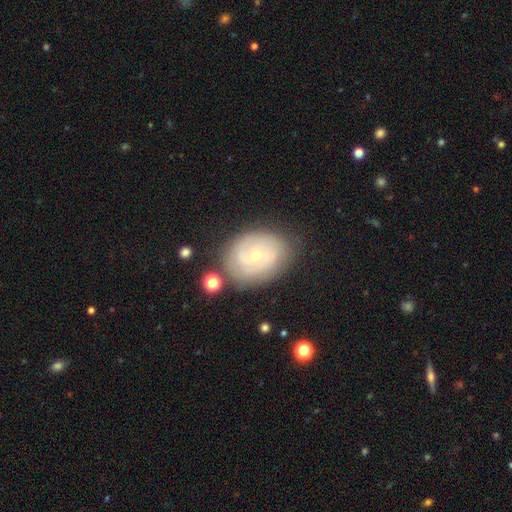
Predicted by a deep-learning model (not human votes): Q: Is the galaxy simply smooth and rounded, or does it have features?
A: featured or disk — 68%.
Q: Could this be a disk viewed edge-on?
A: no — 96%.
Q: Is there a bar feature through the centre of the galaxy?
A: no — 74%.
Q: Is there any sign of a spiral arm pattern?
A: yes — 76%.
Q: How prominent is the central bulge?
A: small — 65%.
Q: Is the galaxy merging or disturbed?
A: none — 71%.